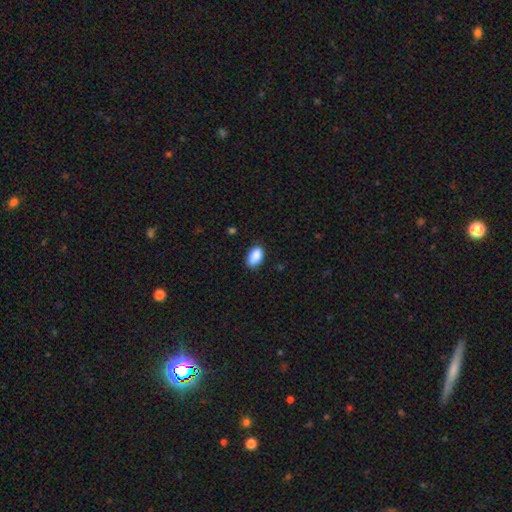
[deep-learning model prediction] smooth 88%, star or artifact 8%, featured or disk 4%. Down the decision tree: how rounded — in between (93%); merging — none (79%).